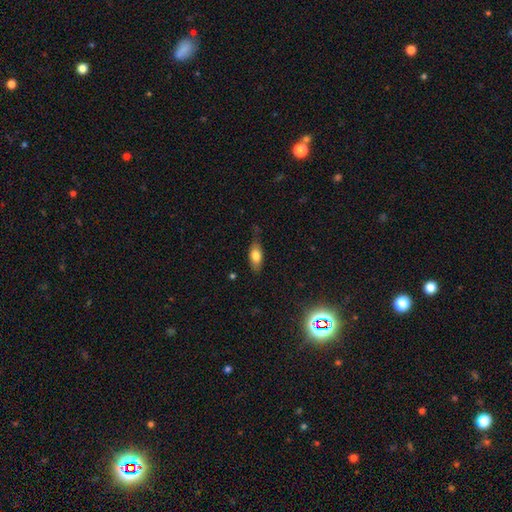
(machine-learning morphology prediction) A smooth galaxy with no disk features (74%) that is in between round and cigar-shaped (79%).

Vote fractions:
- Smooth or featured? smooth: 74% / featured or disk: 18% / star or artifact: 8%
- How rounded? in between: 79% / cigar-shaped: 17% / round: 4%
- Merging? none: 64% / minor disturbance: 27% / major disturbance: 7% / merger: 2%